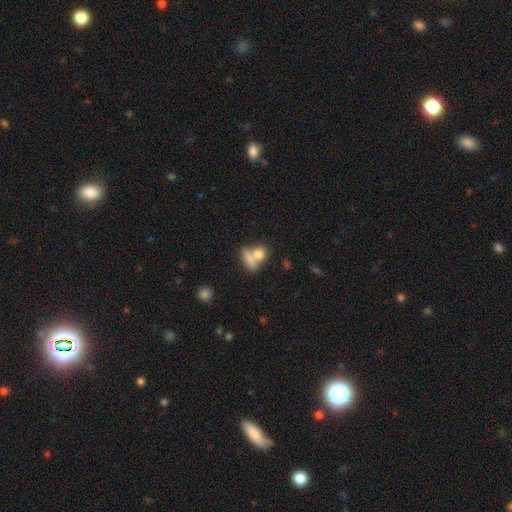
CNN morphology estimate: A smooth galaxy with no disk features (79%) that is round (46%).

Vote fractions:
- Smooth or featured? smooth: 79% / featured or disk: 13% / star or artifact: 9%
- How rounded? round: 46% / in between: 44% / cigar-shaped: 10%
- Merging? merger: 47% / none: 38% / minor disturbance: 9% / major disturbance: 6%